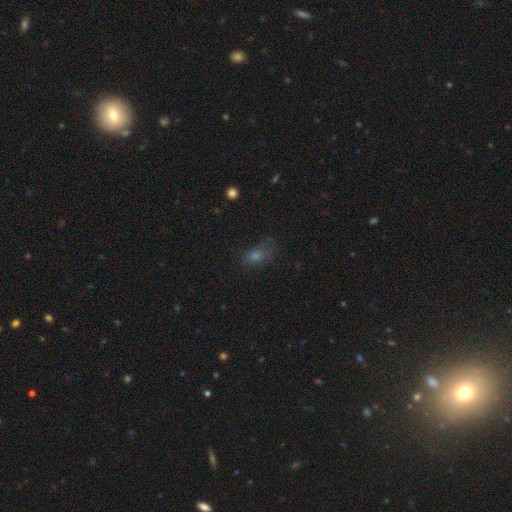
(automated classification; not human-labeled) smooth_or_featured: smooth (p=0.64) [alt: star or artifact p=0.24]
how_rounded: in between (p=0.73) [alt: round p=0.23]
merging: none (p=0.62) [alt: minor disturbance p=0.24]